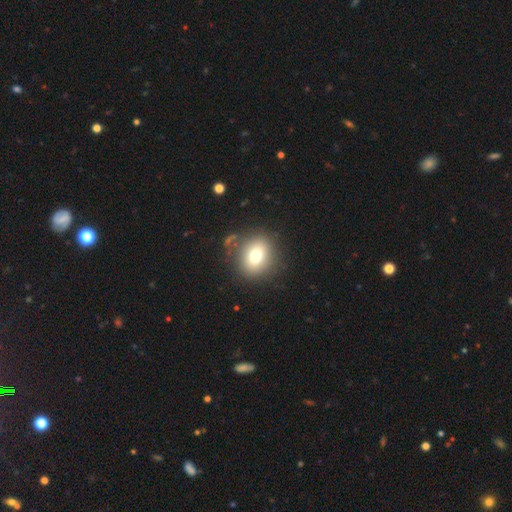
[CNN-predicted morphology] This appears to be a smooth galaxy with no disk features (74%) that is round (68%). Merging: none (82%).